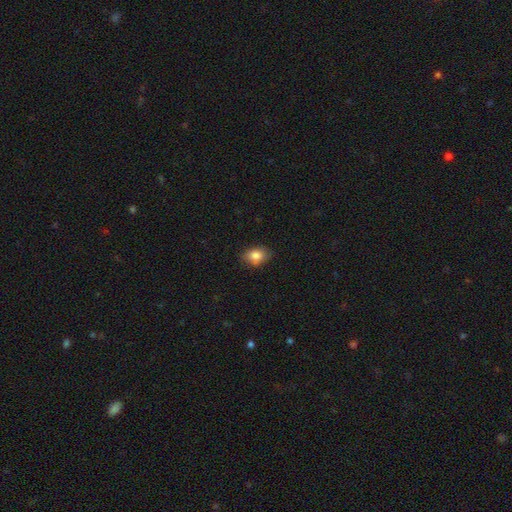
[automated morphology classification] This appears to be a smooth galaxy with no disk features (83%) that is in between round and cigar-shaped (75%). Merging: none (79%).